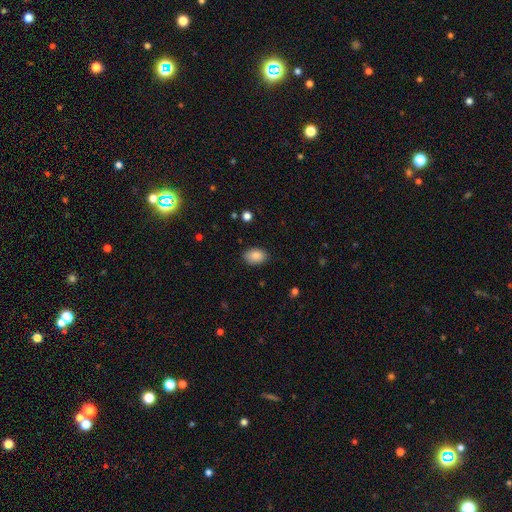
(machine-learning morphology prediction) This appears to be a smooth galaxy with no disk features (87%) that is in between round and cigar-shaped (88%). Merging: none (85%).